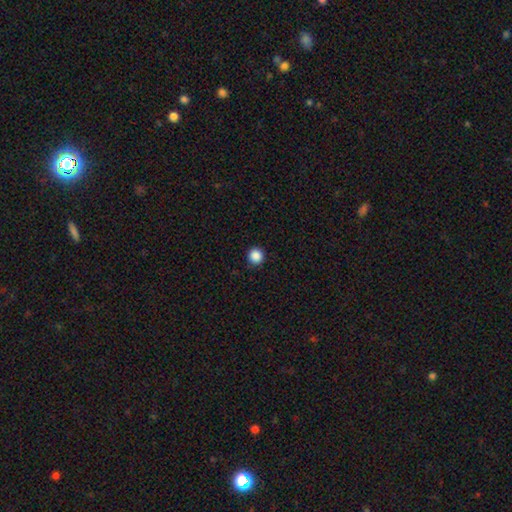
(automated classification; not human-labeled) This is clearly a smooth galaxy (88%). How rounded: clearly round (96%). Merging: clearly none (93%).